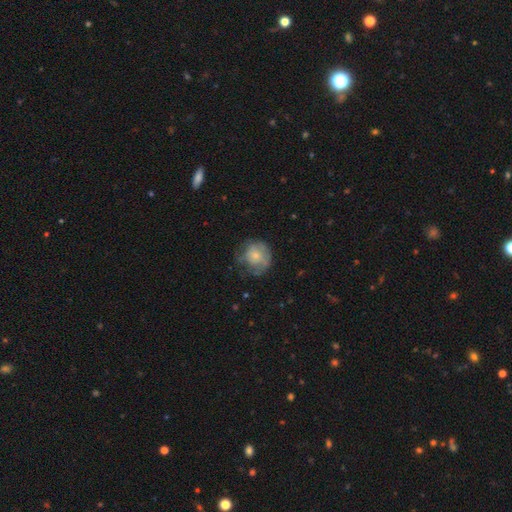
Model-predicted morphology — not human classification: A smooth galaxy with no disk features (56%) that is round (82%).

Vote fractions:
- Smooth or featured? smooth: 56% / featured or disk: 36% / star or artifact: 8%
- How rounded? round: 82% / in between: 17% / cigar-shaped: 1%
- Merging? none: 53% / minor disturbance: 28% / major disturbance: 18% / merger: 2%